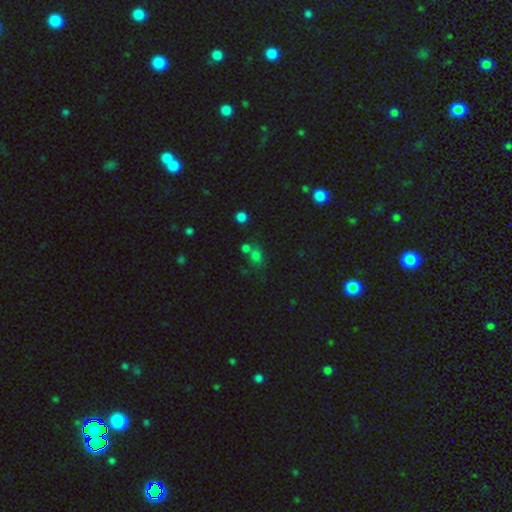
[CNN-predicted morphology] smooth-or-featured: smooth: 67% | star or artifact: 24% | featured or disk: 9%
  how-rounded: round: 64% | in between: 34% | cigar-shaped: 2%
  merging: none: 53% | merger: 29% | minor disturbance: 12% | major disturbance: 6%